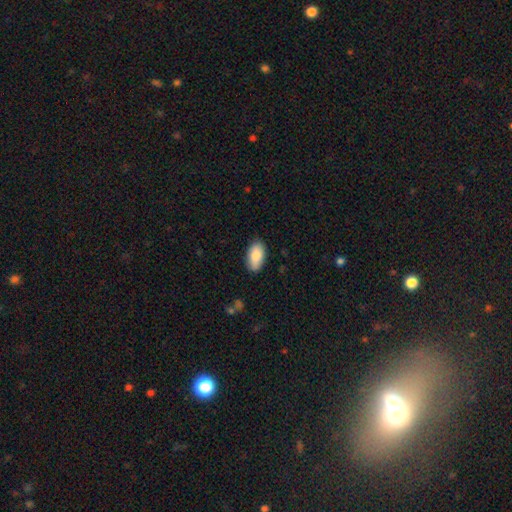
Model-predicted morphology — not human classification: type=smooth (84%); roundness=in between (94%); merging=none (86%).